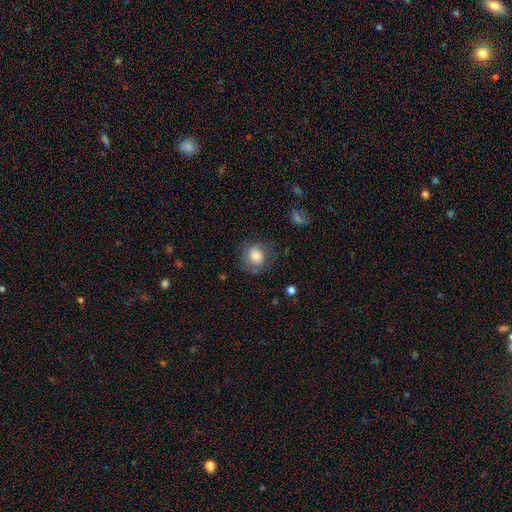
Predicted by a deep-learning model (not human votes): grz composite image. It shows a smooth galaxy with no disk features (70%) that is round (76%). Merging: none (67%).